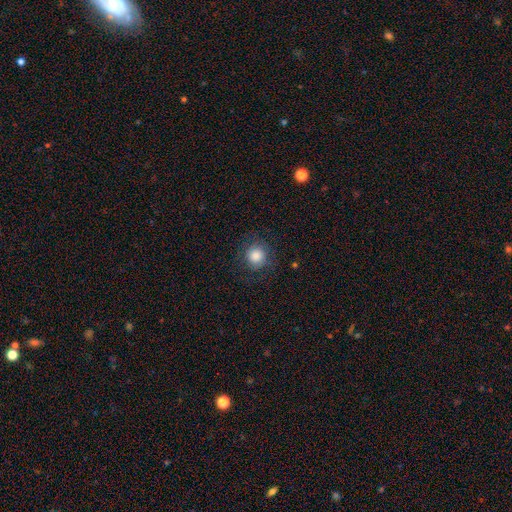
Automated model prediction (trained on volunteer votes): Smooth or featured? Predicted: smooth (p=0.82). How rounded? Predicted: round (p=0.91). Merging? Predicted: none (p=0.82).